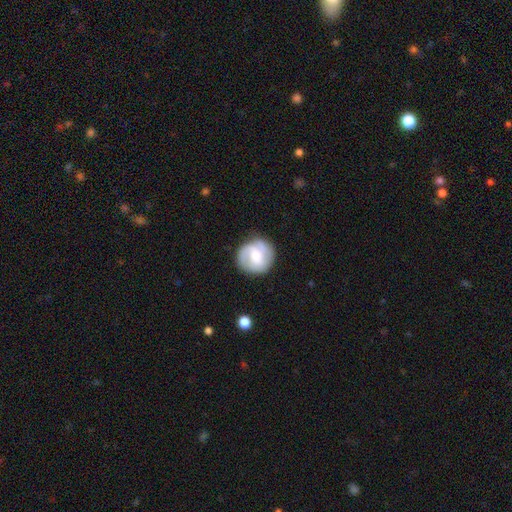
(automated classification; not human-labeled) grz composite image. It shows a featured or disk galaxy (61%) with no bar (45%), 2 (50%) tight (42%) spiral arms (87%) and a moderate central bulge (53%). Merging: none (78%).